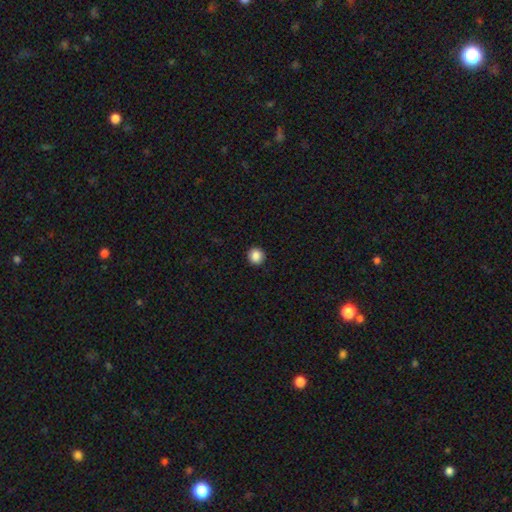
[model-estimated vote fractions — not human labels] Smooth or featured: smooth — 87% (star or artifact — 10%)
How rounded: round — 94% (in between — 5%)
Merging: none — 93% (minor disturbance — 4%)